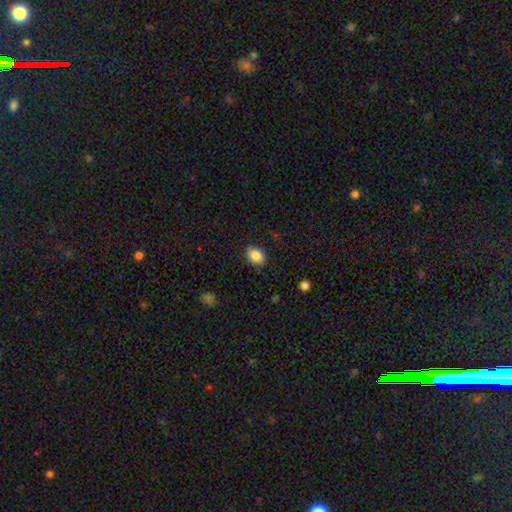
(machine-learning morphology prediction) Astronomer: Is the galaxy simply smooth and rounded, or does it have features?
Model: smooth — 86%.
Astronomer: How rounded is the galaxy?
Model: in between — 61% (runner-up: round, 38%).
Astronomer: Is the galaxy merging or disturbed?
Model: none — 84%.